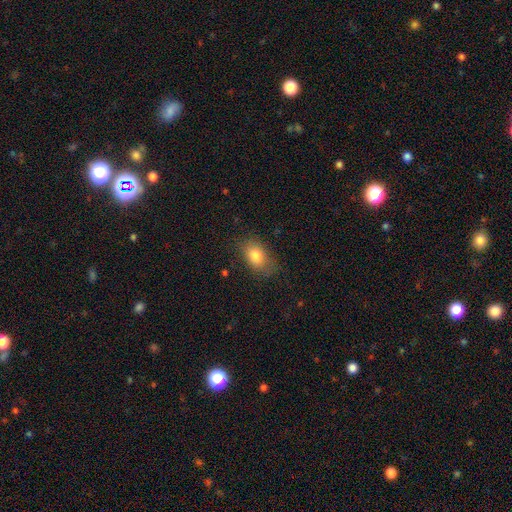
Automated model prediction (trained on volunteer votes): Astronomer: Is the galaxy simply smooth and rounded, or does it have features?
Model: smooth — 80%.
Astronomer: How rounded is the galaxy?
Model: in between — 83%.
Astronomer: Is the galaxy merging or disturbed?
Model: none — 73%.